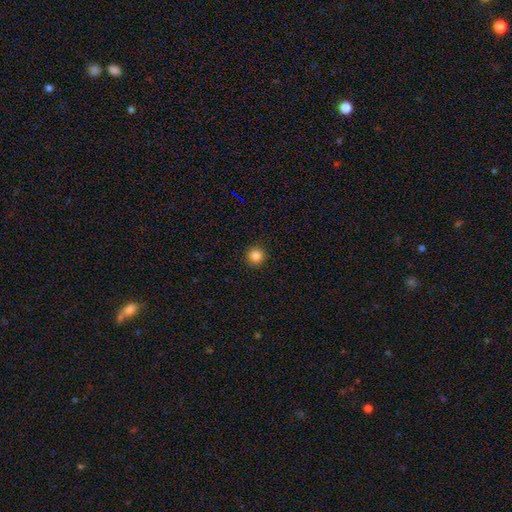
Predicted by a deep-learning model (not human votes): A smooth galaxy with no disk features (85%) that is round (95%). Merging: none (92%).